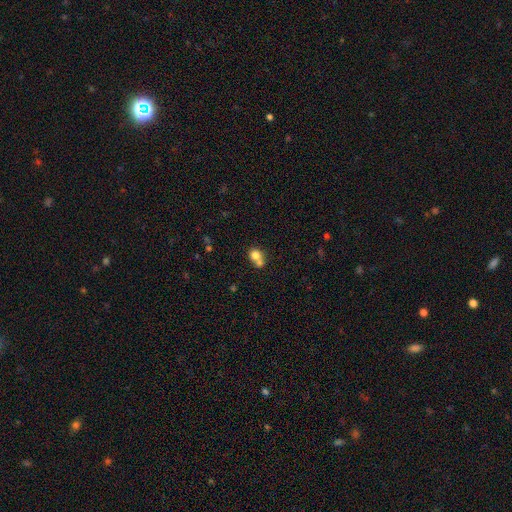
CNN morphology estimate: type=smooth (76%); roundness=round (75%); merging=merger (56%).